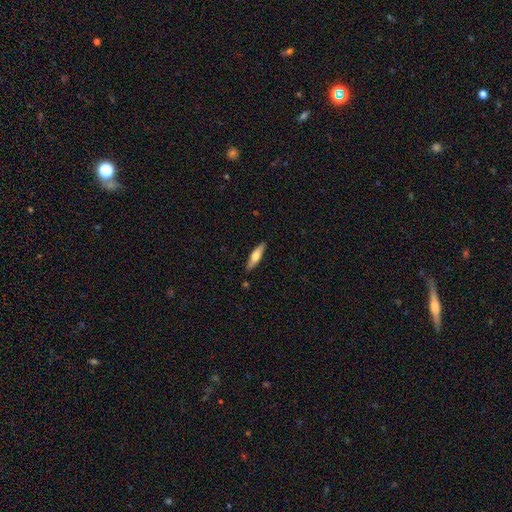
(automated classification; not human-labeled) Smooth or featured: smooth — 57% (featured or disk — 38%)
How rounded: cigar-shaped — 69% (in between — 29%)
Merging: none — 87% (minor disturbance — 10%)